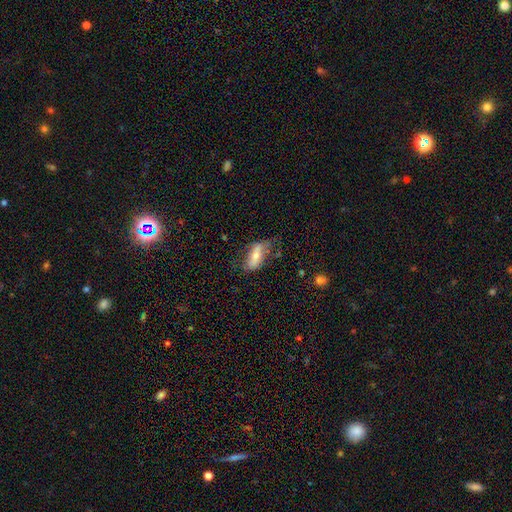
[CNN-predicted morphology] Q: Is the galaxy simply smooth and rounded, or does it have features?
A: smooth — 51%.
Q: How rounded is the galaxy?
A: in between — 78%.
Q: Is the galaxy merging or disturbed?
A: none — 54%.